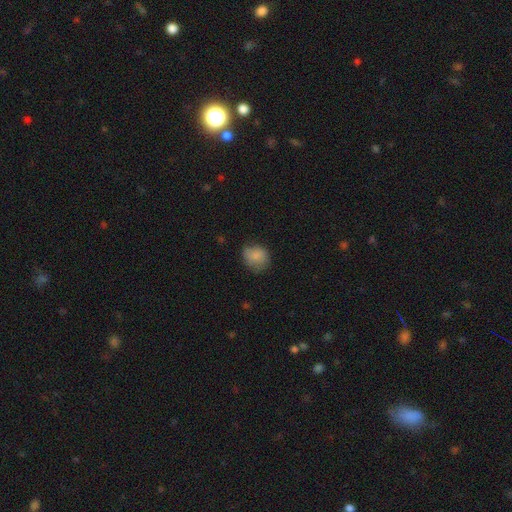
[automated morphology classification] Smooth or featured? Predicted: smooth (p=0.81). How rounded? Predicted: round (p=0.69). Merging? Predicted: none (p=0.62).